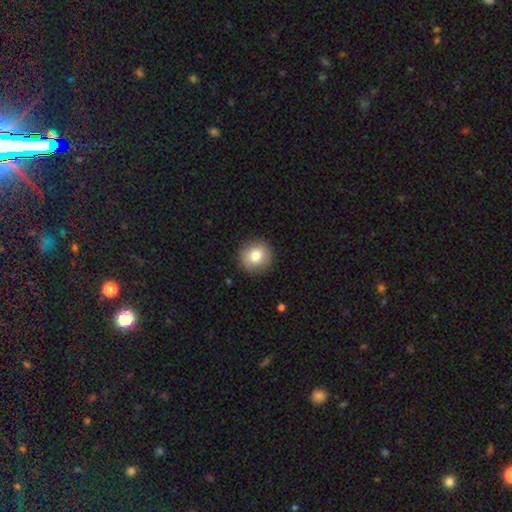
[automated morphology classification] Smooth or featured?
  - smooth: 80% *
  - featured or disk: 11%
  - star or artifact: 9%
How rounded?
  - round: 91% *
  - in between: 8%
  - cigar-shaped: 1%
Merging?
  - none: 90% *
  - minor disturbance: 7%
  - major disturbance: 2%
  - merger: 1%